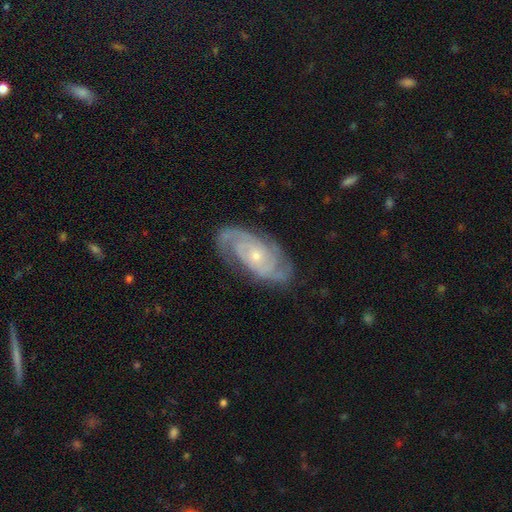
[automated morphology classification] This appears to be a featured or disk galaxy (89%) with no bar (73%), 2 (64%) tight (62%) spiral arms (97%) and a small central bulge (71%). Merging: none (78%).